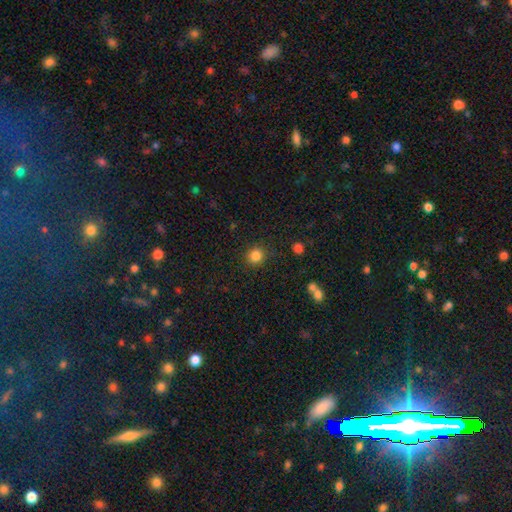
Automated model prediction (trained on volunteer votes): Smooth or featured: smooth — 84% (star or artifact — 12%)
How rounded: round — 88% (in between — 11%)
Merging: none — 87% (minor disturbance — 8%)